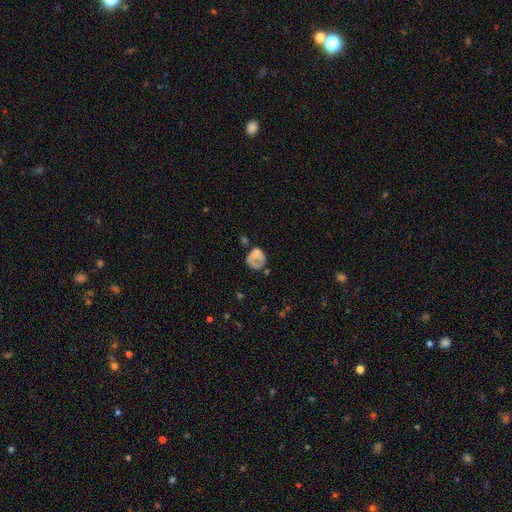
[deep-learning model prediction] Morphology: type=smooth (57%); roundness=round (70%); merging=none (43%).